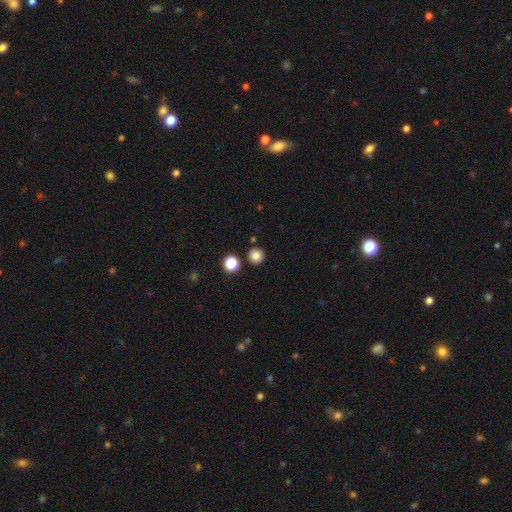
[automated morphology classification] Q: Smooth or featured?
A: smooth (83%); runner-up: star or artifact (12%)
Q: How rounded?
A: round (95%); runner-up: in between (4%)
Q: Merging?
A: none (88%); runner-up: minor disturbance (6%)